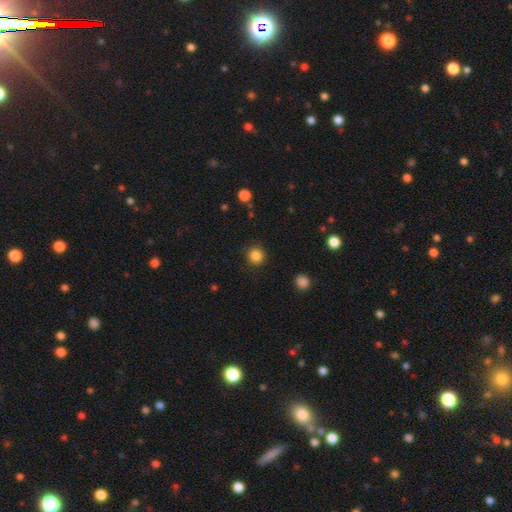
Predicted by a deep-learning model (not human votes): Smooth or featured: smooth — 86% (star or artifact — 11%)
How rounded: round — 92% (in between — 7%)
Merging: none — 89% (minor disturbance — 7%)